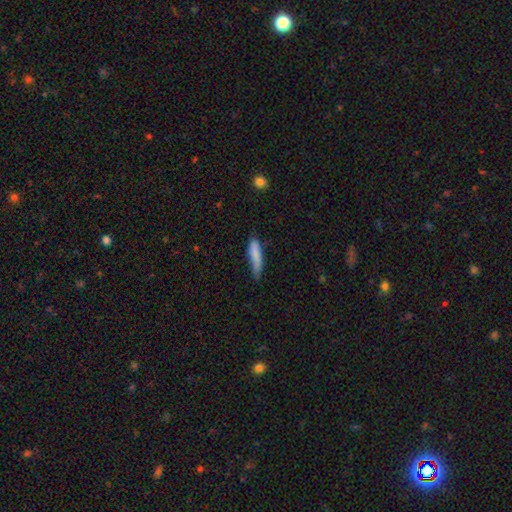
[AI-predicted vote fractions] A smooth galaxy with no disk features (80%) that is cigar-shaped (73%).

Vote fractions:
- Smooth or featured? smooth: 80% / featured or disk: 13% / star or artifact: 7%
- How rounded? cigar-shaped: 73% / in between: 25% / round: 2%
- Merging? none: 45% / minor disturbance: 39% / major disturbance: 12% / merger: 4%